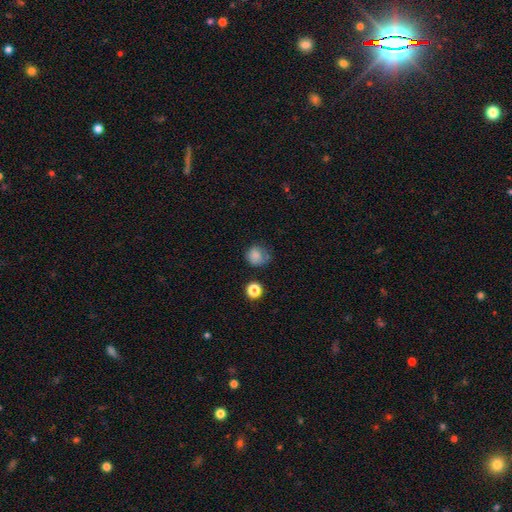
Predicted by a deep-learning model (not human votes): Morphology: type=smooth (80%); roundness=round (80%); merging=none (60%).